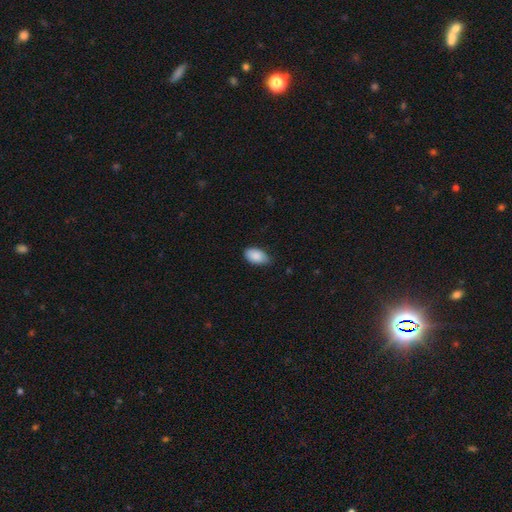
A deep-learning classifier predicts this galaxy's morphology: smooth 88%, star or artifact 7%, featured or disk 5%. Down the decision tree: how rounded — in between (94%); merging — none (69%).